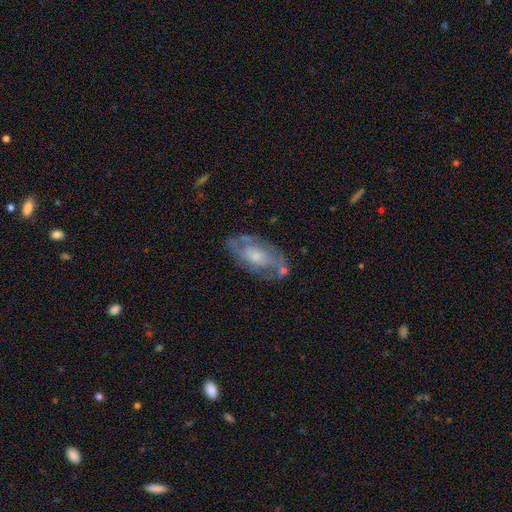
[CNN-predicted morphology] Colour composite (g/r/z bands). It shows a featured or disk galaxy (64%) with no bar (74%), spiral arms (57%) and a small central bulge (50%). Merging: none (64%).